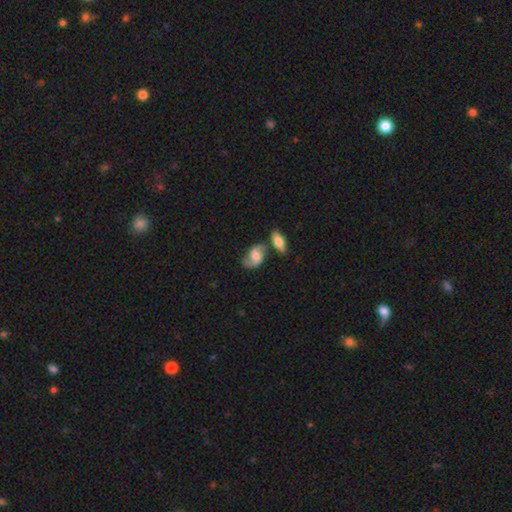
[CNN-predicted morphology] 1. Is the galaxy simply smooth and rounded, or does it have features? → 55% featured or disk, 38% smooth, 8% star or artifact.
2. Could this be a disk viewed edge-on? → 95% no, 5% yes.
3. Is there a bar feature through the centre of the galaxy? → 51% no, 40% weak, 9% strong.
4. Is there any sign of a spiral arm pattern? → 89% yes, 11% no.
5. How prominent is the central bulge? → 41% moderate, 24% large, 20% small, 12% none, 3% dominant.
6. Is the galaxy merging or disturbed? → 53% none, 20% merger, 20% minor disturbance, 7% major disturbance.